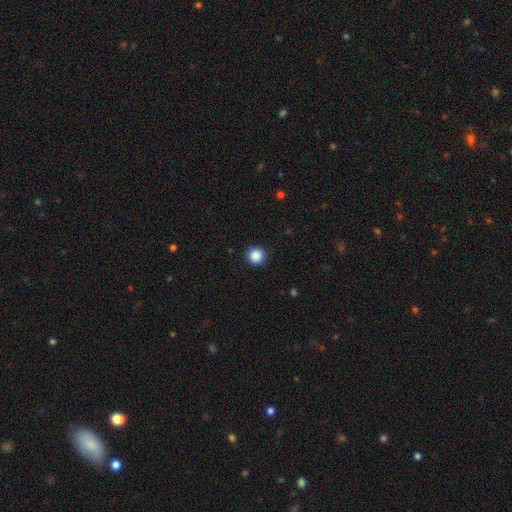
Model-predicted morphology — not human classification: This is clearly a smooth galaxy (88%). How rounded: clearly round (95%). Merging: clearly none (92%).